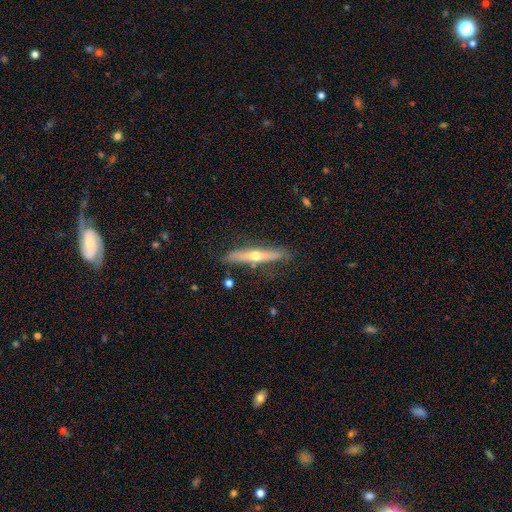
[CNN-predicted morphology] Smooth or featured: featured or disk — 63% (smooth — 31%)
Edge-on disk: yes — 93% (no — 7%)
Edge-on bulge: rounded — 89% (none — 9%)
Merging: none — 84% (minor disturbance — 11%)